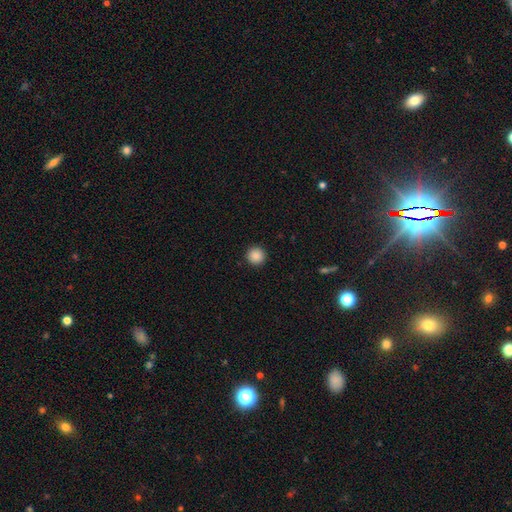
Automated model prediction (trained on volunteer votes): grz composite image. It shows a smooth galaxy with no disk features (87%) that is round (96%). Merging: none (93%).